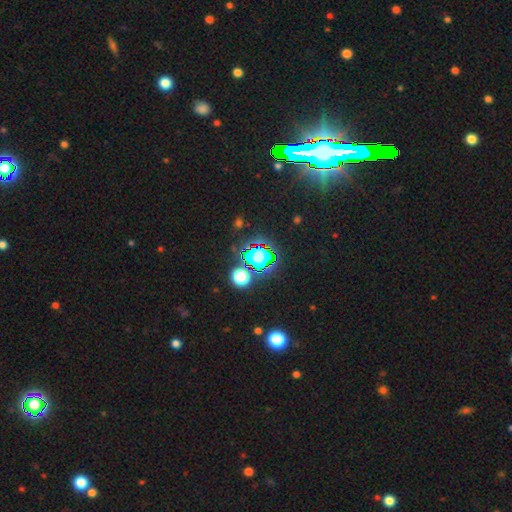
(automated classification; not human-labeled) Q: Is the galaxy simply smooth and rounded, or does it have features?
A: star or artifact — 61%.